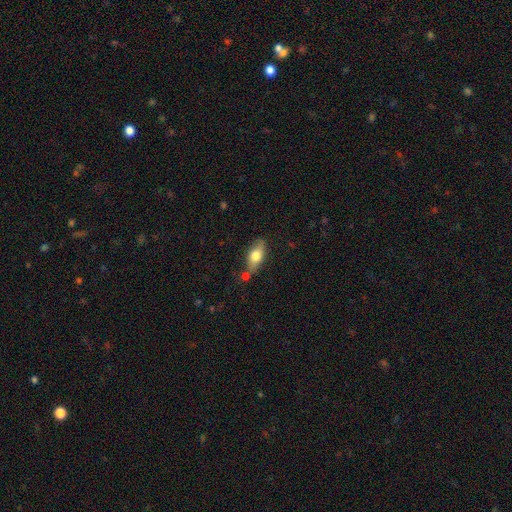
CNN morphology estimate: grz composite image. It shows a smooth galaxy with no disk features (66%) that is in between round and cigar-shaped (81%). Merging: none (71%).